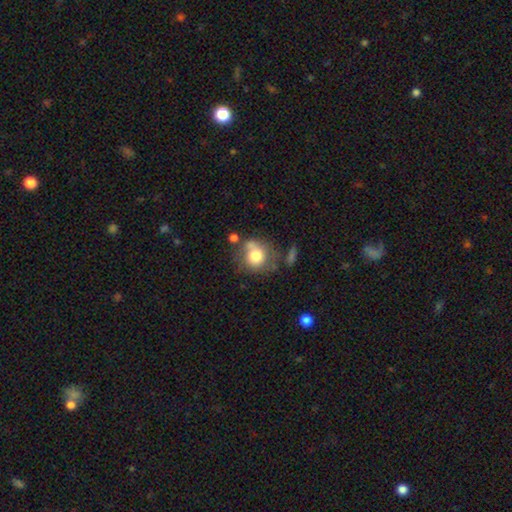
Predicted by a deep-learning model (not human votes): This is likely a smooth galaxy (74%). How rounded: clearly round (82%). Merging: possibly none (53%).